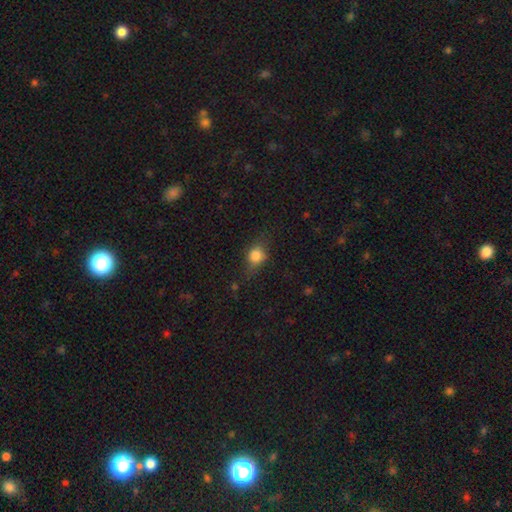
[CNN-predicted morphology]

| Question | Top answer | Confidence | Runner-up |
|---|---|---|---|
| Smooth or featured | smooth | 78% | star or artifact (11%) |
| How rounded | round | 60% | in between (37%) |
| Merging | none | 67% | minor disturbance (23%) |